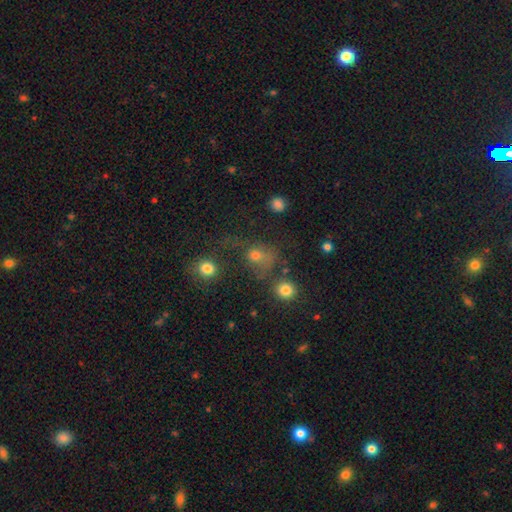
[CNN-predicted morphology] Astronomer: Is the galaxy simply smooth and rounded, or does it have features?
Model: smooth — 65%.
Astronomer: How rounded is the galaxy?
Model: round — 68%.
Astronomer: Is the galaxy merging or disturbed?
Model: none — 41% (runner-up: major disturbance, 26%).